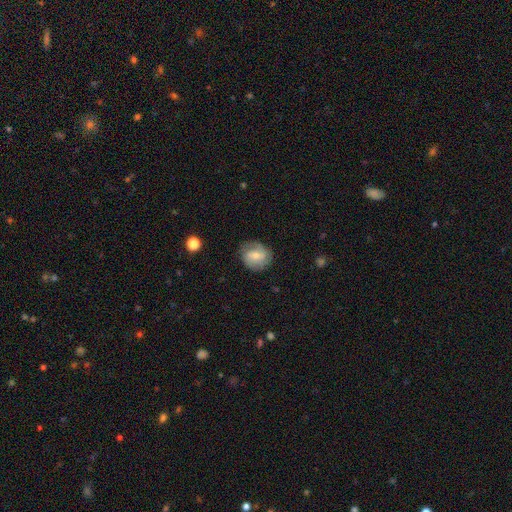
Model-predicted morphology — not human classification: Smooth or featured?
  - smooth: 47% *
  - featured or disk: 45%
  - star or artifact: 8%
Merging?
  - none: 72% *
  - minor disturbance: 20%
  - major disturbance: 7%
  - merger: 1%